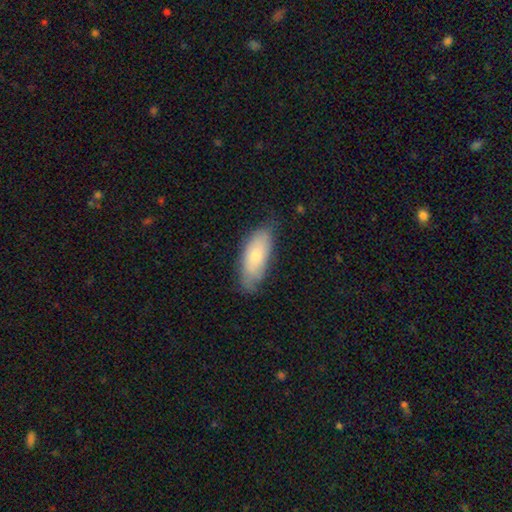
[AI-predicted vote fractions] This appears to be a smooth galaxy with no disk features (73%) that is in between round and cigar-shaped (81%). Merging: none (69%).